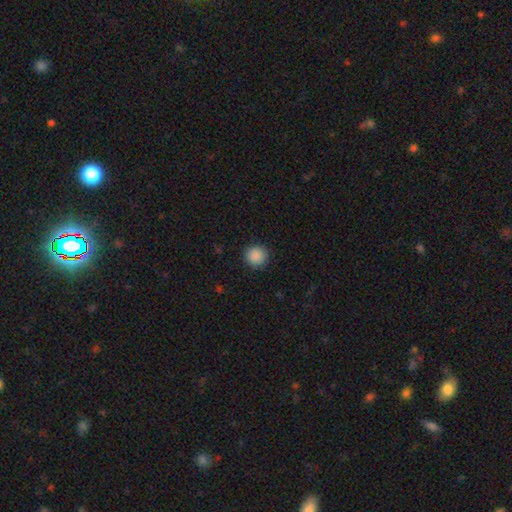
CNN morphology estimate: smooth 88%, star or artifact 9%, featured or disk 3%. Down the decision tree: how rounded — round (94%); merging — none (91%).